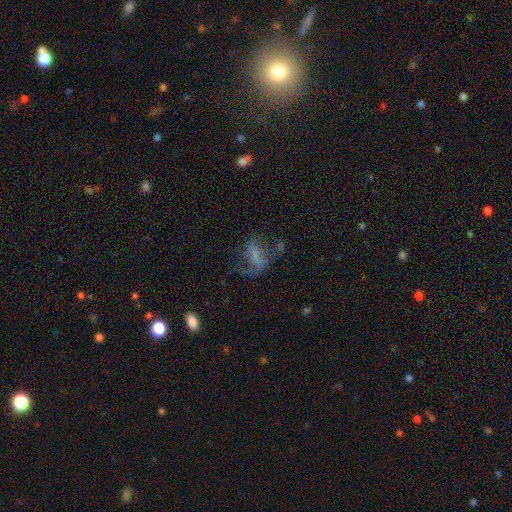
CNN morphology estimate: featured or disk 47%, smooth 37%, star or artifact 16%. Down the decision tree: merging — major disturbance (44%).